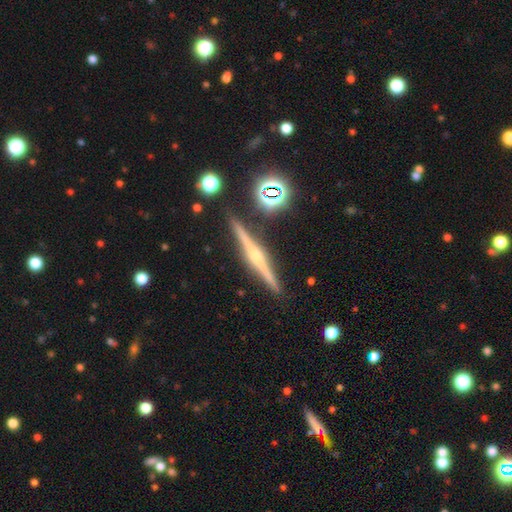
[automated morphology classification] Smooth or featured? featured or disk (81%)
Edge-on disk? yes (98%)
Edge-on bulge? rounded (82%)
Merging? none (90%)